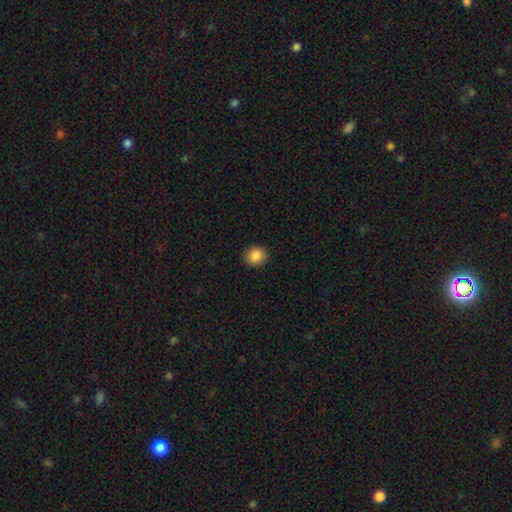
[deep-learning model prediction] Morphology: type=smooth (87%); roundness=round (86%); merging=none (92%).